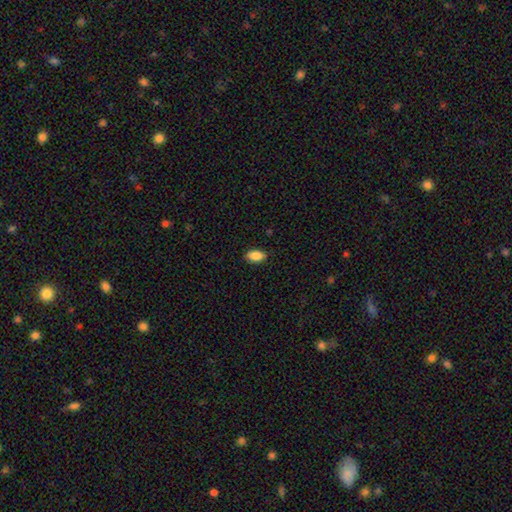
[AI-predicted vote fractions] smooth-or-featured: smooth: 88% | star or artifact: 8% | featured or disk: 4%
  how-rounded: in between: 92% | round: 4% | cigar-shaped: 4%
  merging: none: 86% | minor disturbance: 11% | major disturbance: 2% | merger: 1%